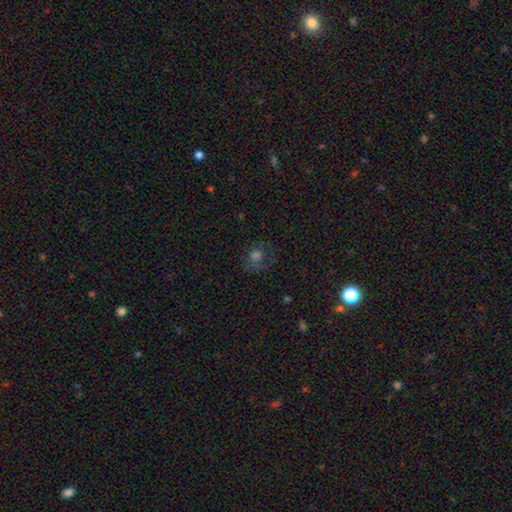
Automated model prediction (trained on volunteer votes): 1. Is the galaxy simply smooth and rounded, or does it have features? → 49% smooth, 27% featured or disk, 24% star or artifact.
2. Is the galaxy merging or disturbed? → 57% none, 20% minor disturbance, 20% major disturbance, 2% merger.